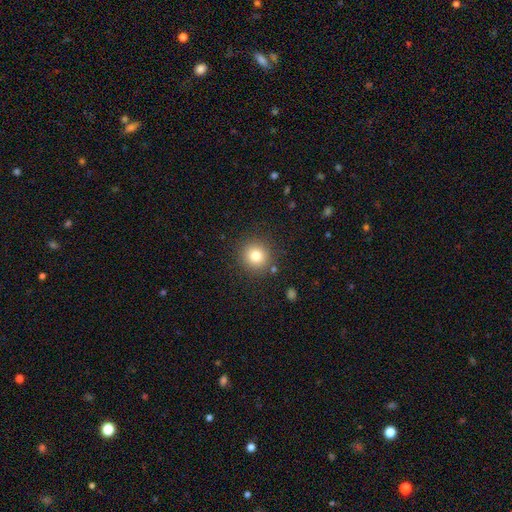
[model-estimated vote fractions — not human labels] Smooth or featured? Predicted: smooth (p=0.79). How rounded? Predicted: round (p=0.92). Merging? Predicted: none (p=0.88).